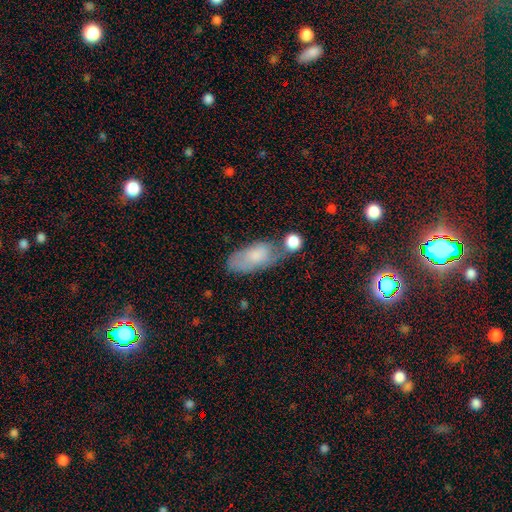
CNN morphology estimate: The model was most divided on "merging": none: 41%, minor disturbance: 27%, merger: 20%, major disturbance: 12%. More confident: how rounded — in between (87%); smooth or featured — smooth (69%).